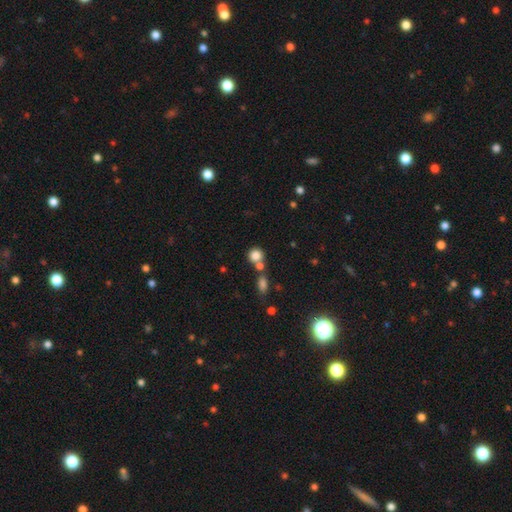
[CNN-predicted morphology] smooth 81%, star or artifact 11%, featured or disk 8%. Down the decision tree: how rounded — round (86%); merging — none (51%).